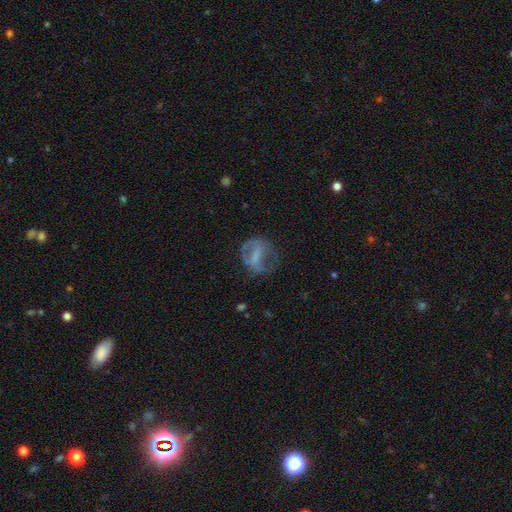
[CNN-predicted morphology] Smooth or featured? Predicted: featured or disk (p=0.50). Edge-on disk? Predicted: no (p=0.94). Merging? Predicted: none (p=0.50).